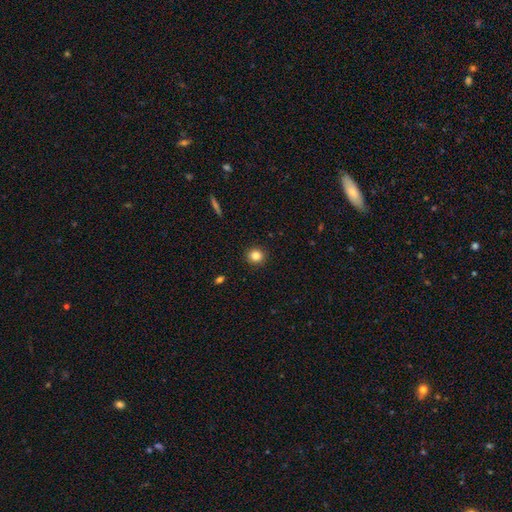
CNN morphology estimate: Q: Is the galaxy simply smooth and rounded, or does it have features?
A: smooth — 84%.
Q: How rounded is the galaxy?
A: round — 89%.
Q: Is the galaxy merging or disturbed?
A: none — 92%.